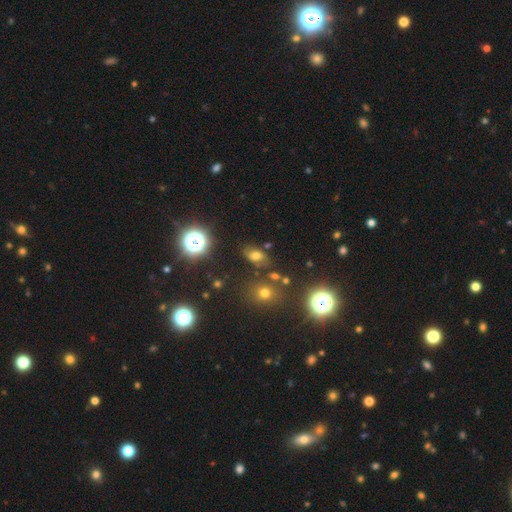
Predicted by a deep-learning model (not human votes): Smooth or featured: smooth — 62% (star or artifact — 25%)
How rounded: in between — 81% (round — 16%)
Merging: none — 73% (minor disturbance — 16%)